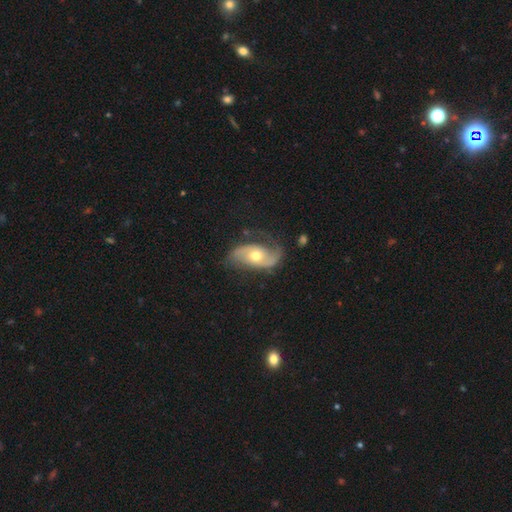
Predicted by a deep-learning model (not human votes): Smooth or featured? featured or disk (82%)
Edge-on disk? no (95%)
Bar? no (69%)
Spiral arms? yes (93%)
Spiral winding? loose (41%)
Spiral arm count? 2 (85%)
Bulge size? moderate (71%)
Merging? none (65%)